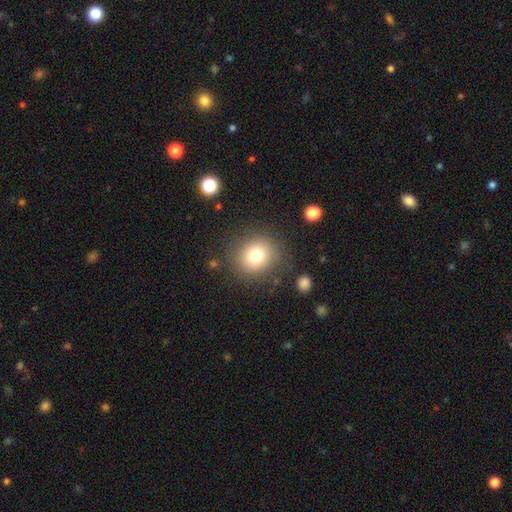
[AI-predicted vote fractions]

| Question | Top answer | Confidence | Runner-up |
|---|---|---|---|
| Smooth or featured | smooth | 77% | star or artifact (13%) |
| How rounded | round | 82% | in between (17%) |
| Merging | none | 83% | minor disturbance (10%) |